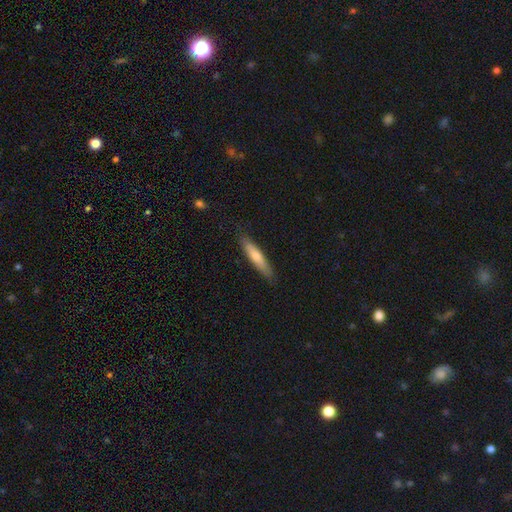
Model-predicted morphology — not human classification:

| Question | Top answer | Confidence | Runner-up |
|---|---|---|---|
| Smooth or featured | smooth | 62% | featured or disk (32%) |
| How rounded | cigar-shaped | 89% | in between (9%) |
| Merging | none | 86% | minor disturbance (11%) |